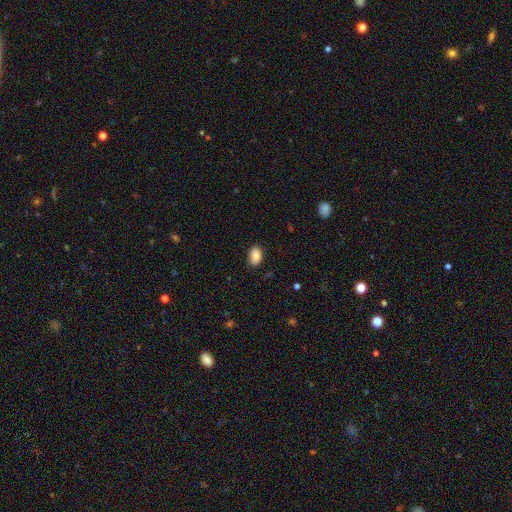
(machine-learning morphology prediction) This is clearly a smooth galaxy (87%). How rounded: clearly in between (88%). Merging: clearly none (85%).